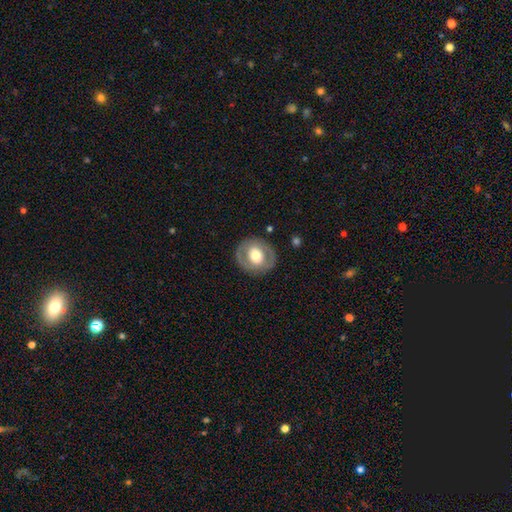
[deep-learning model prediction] featured or disk 52%, smooth 42%, star or artifact 6%. Down the decision tree: edge-on disk — no (96%); merging — none (85%).